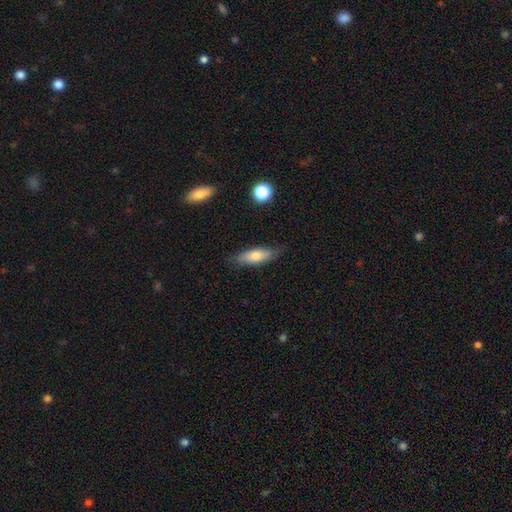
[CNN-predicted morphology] Smooth or featured? Predicted: smooth (p=0.69). How rounded? Predicted: in between (p=0.59). Merging? Predicted: none (p=0.79).